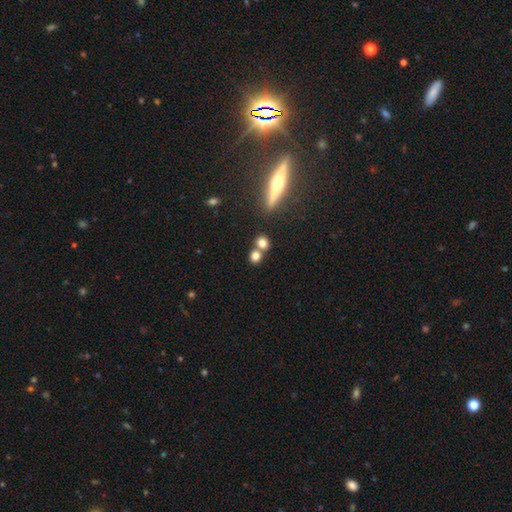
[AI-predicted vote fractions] smooth-or-featured: smooth: 77% | star or artifact: 13% | featured or disk: 10%
  how-rounded: round: 79% | in between: 19% | cigar-shaped: 2%
  merging: none: 51% | merger: 38% | minor disturbance: 7% | major disturbance: 3%